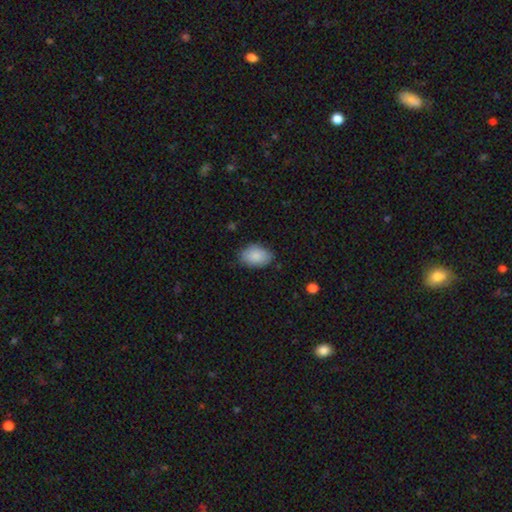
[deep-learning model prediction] A smooth galaxy with no disk features (87%) that is in between round and cigar-shaped (87%). Merging: none (79%).